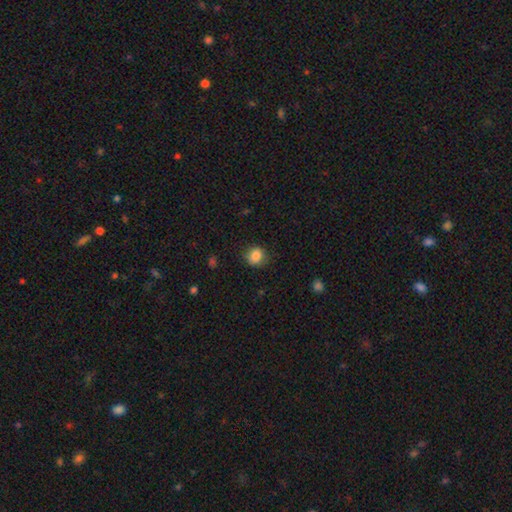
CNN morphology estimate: smooth-or-featured: smooth: 84% | star or artifact: 10% | featured or disk: 6%
  how-rounded: round: 81% | in between: 18% | cigar-shaped: 1%
  merging: none: 79% | minor disturbance: 16% | major disturbance: 4% | merger: 1%